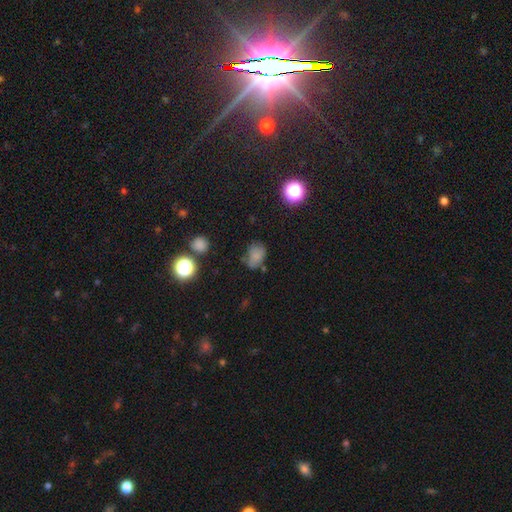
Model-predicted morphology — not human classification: Smooth or featured? smooth (72%)
How rounded? in between (67%)
Merging? none (54%)